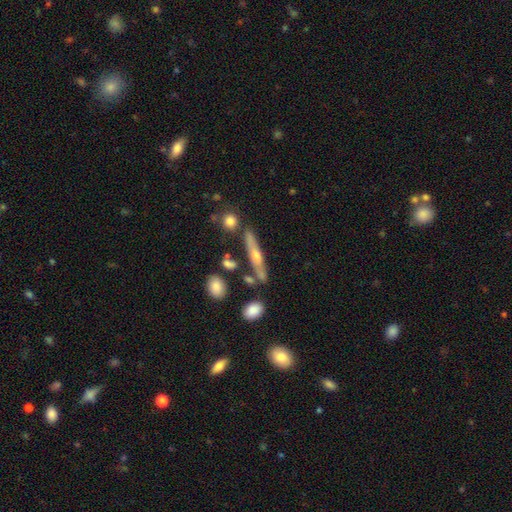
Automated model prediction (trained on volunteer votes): This appears to be a featured or disk galaxy (64%) viewed edge-on (92%) with a rounded central bulge (90%). Merging: none (75%).